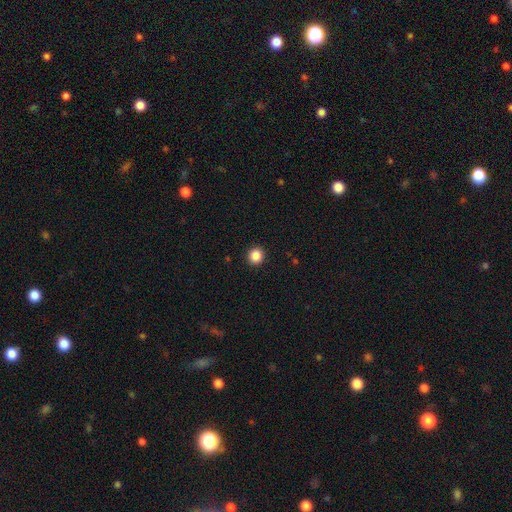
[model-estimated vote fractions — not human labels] This is clearly a smooth galaxy (87%). How rounded: clearly round (92%). Merging: clearly none (93%).